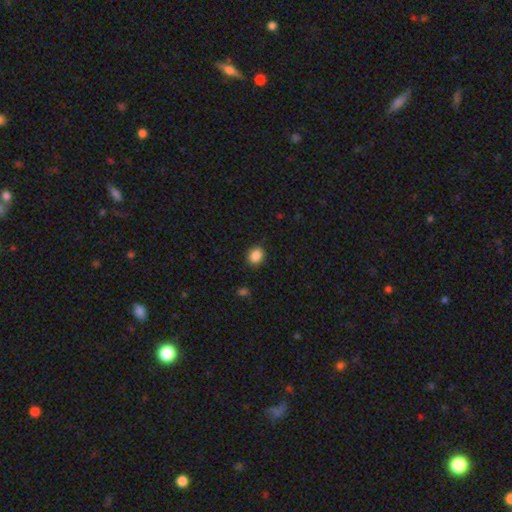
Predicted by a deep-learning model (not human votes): Smooth or featured?
  - smooth: 88% *
  - star or artifact: 9%
  - featured or disk: 3%
How rounded?
  - round: 58% *
  - in between: 41%
  - cigar-shaped: 1%
Merging?
  - none: 90% *
  - minor disturbance: 7%
  - major disturbance: 2%
  - merger: 1%